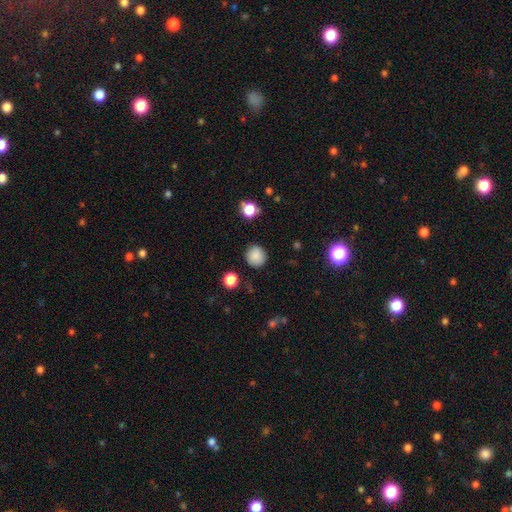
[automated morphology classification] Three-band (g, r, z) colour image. It shows a smooth galaxy with no disk features (85%) that is round (92%). Merging: none (88%).